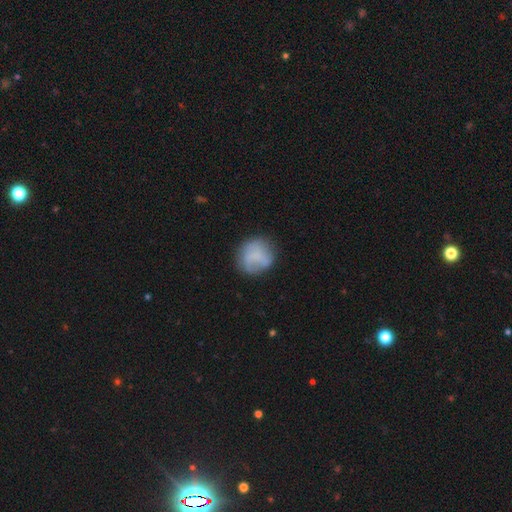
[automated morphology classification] Smooth or featured? Predicted: smooth (p=0.70). How rounded? Predicted: round (p=0.84). Merging? Predicted: none (p=0.62).